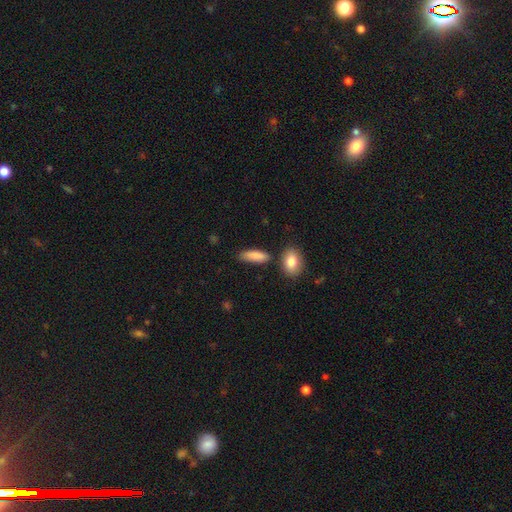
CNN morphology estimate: The model was most divided on "how rounded": in between: 60%, cigar-shaped: 36%, round: 3%. More confident: smooth or featured — smooth (86%); merging — none (71%).